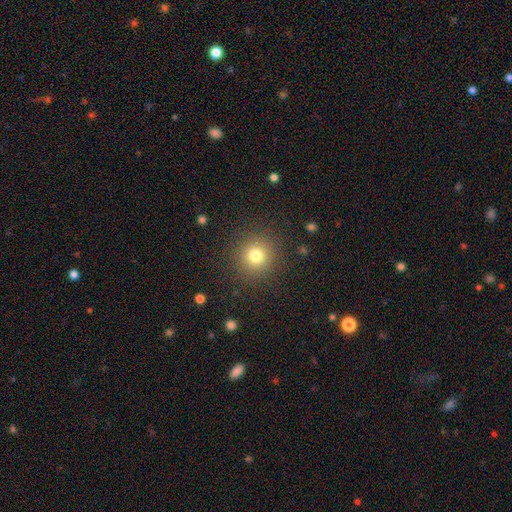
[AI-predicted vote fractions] The model was most divided on "smooth or featured": smooth: 77%, star or artifact: 14%, featured or disk: 8%. More confident: how rounded — round (93%); merging — none (89%).